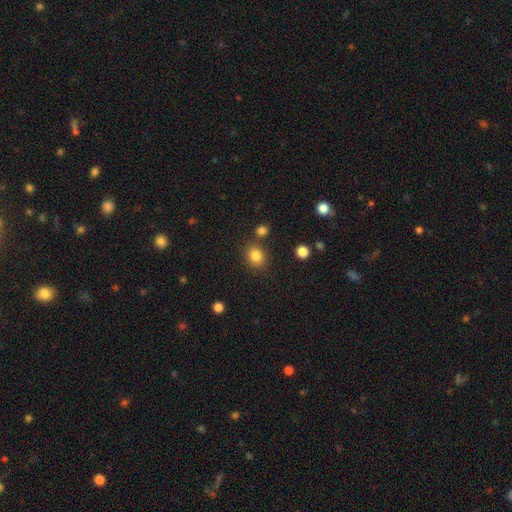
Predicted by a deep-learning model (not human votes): A smooth galaxy with no disk features (83%) that is round (65%).

Vote fractions:
- Smooth or featured? smooth: 83% / star or artifact: 11% / featured or disk: 5%
- How rounded? round: 65% / in between: 34% / cigar-shaped: 1%
- Merging? none: 80% / minor disturbance: 10% / merger: 7% / major disturbance: 3%